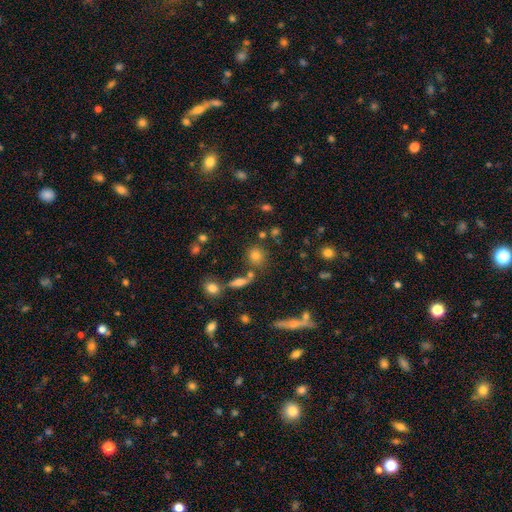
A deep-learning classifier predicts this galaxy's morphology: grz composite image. It shows a smooth galaxy with no disk features (72%) that is round (78%). Merging: none (72%).